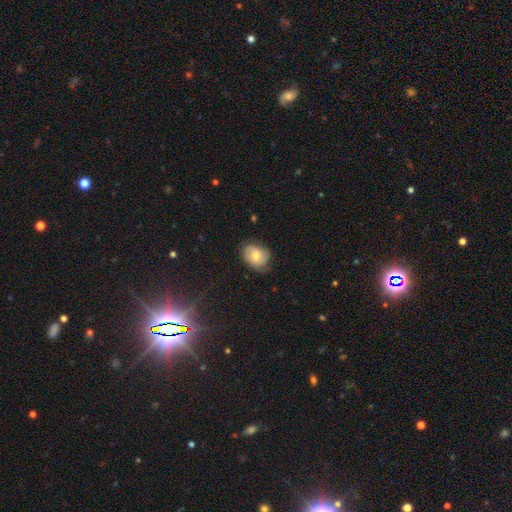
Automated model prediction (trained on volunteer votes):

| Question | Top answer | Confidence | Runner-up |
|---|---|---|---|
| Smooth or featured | smooth | 51% | featured or disk (40%) |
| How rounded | in between | 59% | round (40%) |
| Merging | none | 65% | minor disturbance (27%) |